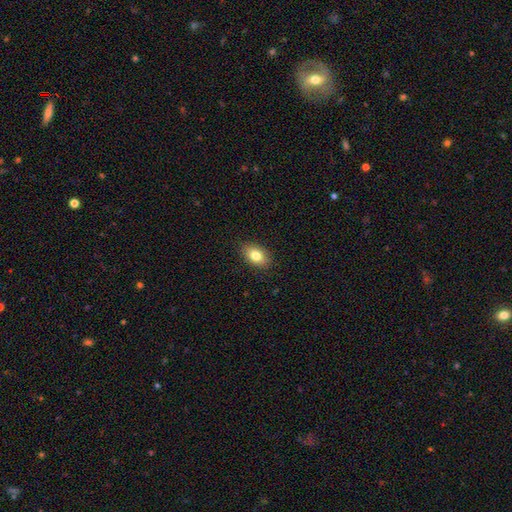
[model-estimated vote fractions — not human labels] Smooth or featured? smooth (82%)
How rounded? in between (87%)
Merging? none (88%)